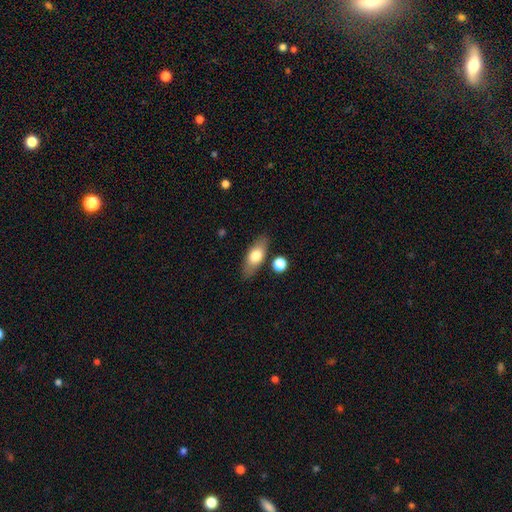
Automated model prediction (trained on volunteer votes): This appears to be a smooth galaxy with no disk features (69%) that is in between round and cigar-shaped (75%). Merging: none (80%).